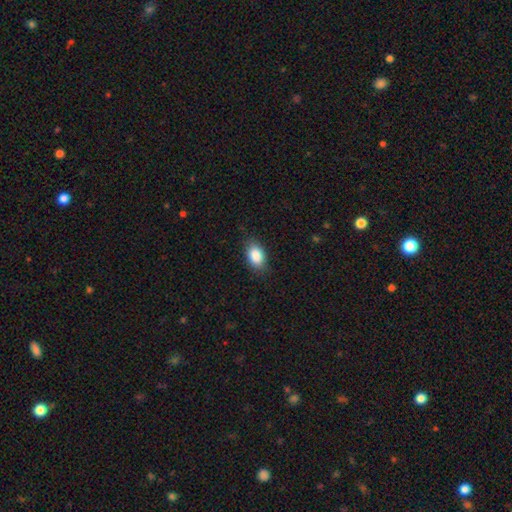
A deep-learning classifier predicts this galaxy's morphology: A smooth galaxy with no disk features (88%) that is in between round and cigar-shaped (87%). Merging: none (82%).